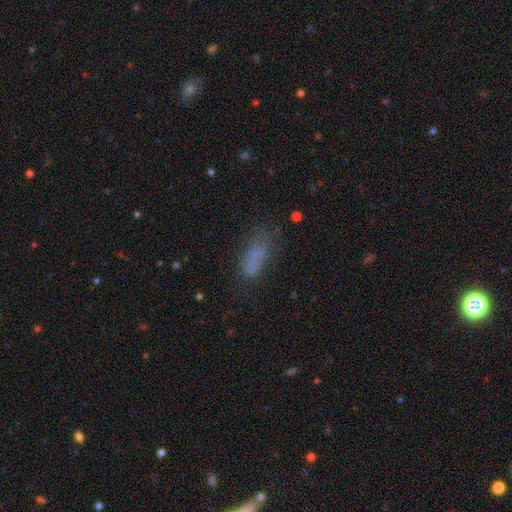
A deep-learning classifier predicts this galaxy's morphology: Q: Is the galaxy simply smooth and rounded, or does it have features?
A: smooth — 70%.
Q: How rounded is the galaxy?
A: in between — 73%.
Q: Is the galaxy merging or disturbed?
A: none — 52%.